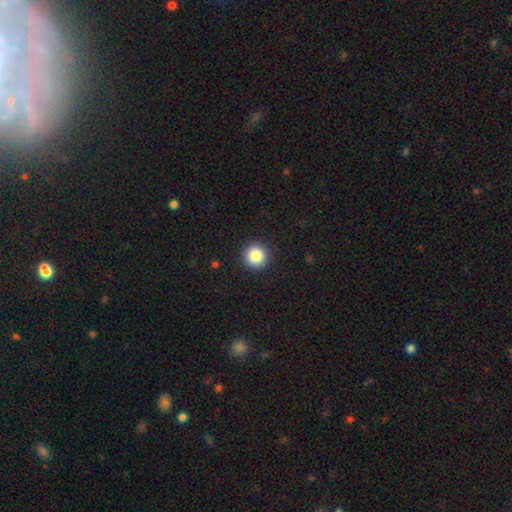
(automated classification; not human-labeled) The model was most divided on "smooth or featured": smooth: 85%, star or artifact: 10%, featured or disk: 5%. More confident: how rounded — round (95%); merging — none (93%).